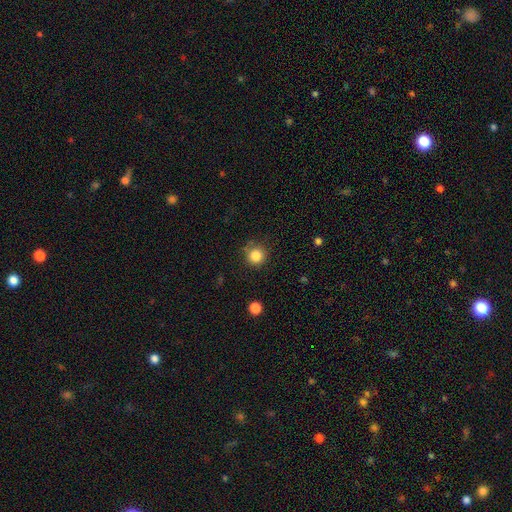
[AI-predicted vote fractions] Smooth or featured?
  - smooth: 84% *
  - star or artifact: 11%
  - featured or disk: 5%
How rounded?
  - round: 94% *
  - in between: 5%
  - cigar-shaped: 1%
Merging?
  - none: 81% *
  - minor disturbance: 13%
  - major disturbance: 4%
  - merger: 2%